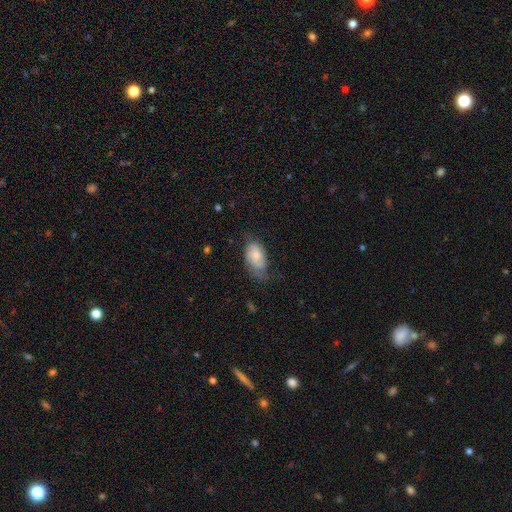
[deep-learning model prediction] smooth-or-featured: smooth: 61% | featured or disk: 33% | star or artifact: 7%
  how-rounded: in between: 92% | round: 6% | cigar-shaped: 2%
  merging: none: 45% | minor disturbance: 36% | major disturbance: 18% | merger: 2%